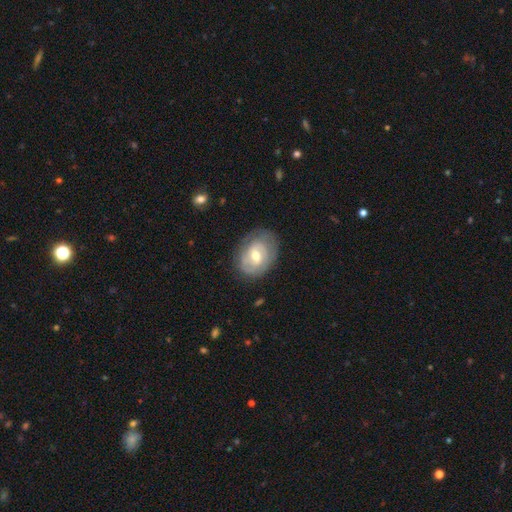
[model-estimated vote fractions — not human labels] smooth_or_featured: featured or disk (p=0.64) [alt: smooth p=0.30]
disk_edge_on: no (p=0.96) [alt: yes p=0.04]
bar: weak (p=0.49) [alt: no p=0.38]
has_spiral_arms: yes (p=0.74) [alt: no p=0.26]
bulge_size: moderate (p=0.69) [alt: small p=0.24]
merging: none (p=0.72) [alt: minor disturbance p=0.20]